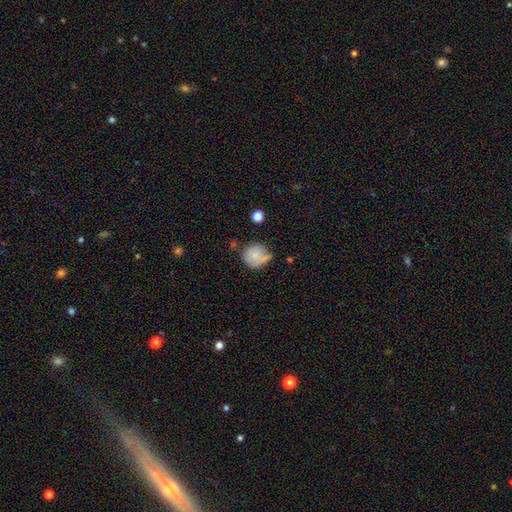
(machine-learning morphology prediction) Smooth or featured? smooth (77%)
How rounded? round (84%)
Merging? none (48%)